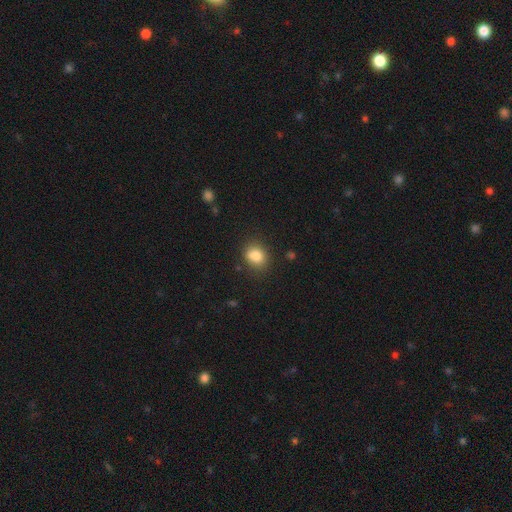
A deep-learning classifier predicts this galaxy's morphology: smooth_or_featured: smooth (p=0.82) [alt: star or artifact p=0.10]
how_rounded: round (p=0.59) [alt: in between p=0.40]
merging: none (p=0.73) [alt: minor disturbance p=0.16]